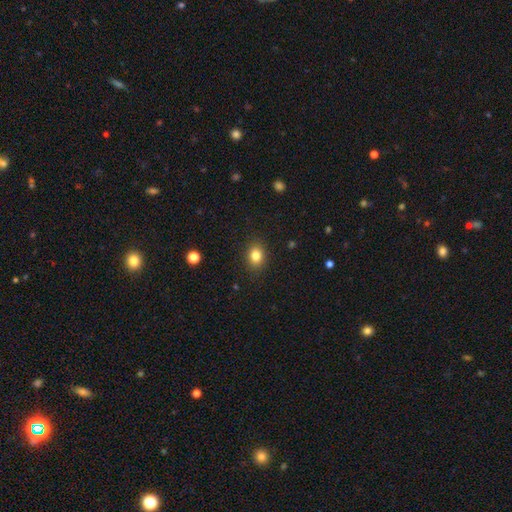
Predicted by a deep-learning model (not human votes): The model was most divided on "how rounded": in between: 53%, round: 46%, cigar-shaped: 1%. More confident: merging — none (88%); smooth or featured — smooth (83%).